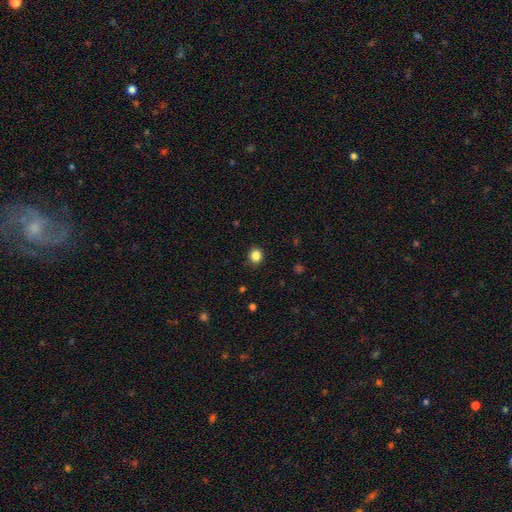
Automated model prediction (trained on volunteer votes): The model was most divided on "smooth or featured": smooth: 86%, star or artifact: 11%, featured or disk: 3%. More confident: merging — none (91%); how rounded — round (88%).